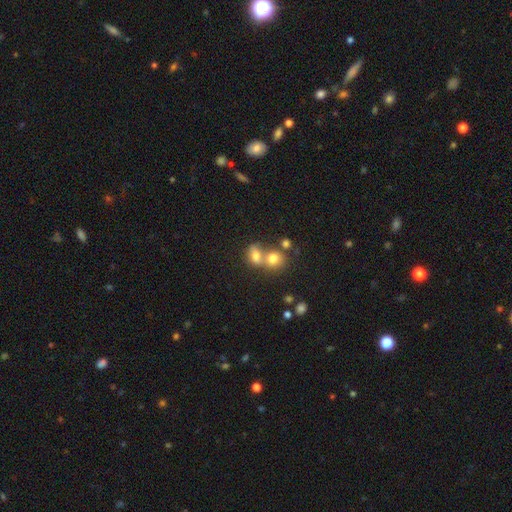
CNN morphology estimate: Q: Smooth or featured?
A: smooth (73%); runner-up: featured or disk (14%)
Q: How rounded?
A: in between (56%); runner-up: round (42%)
Q: Merging?
A: merger (60%); runner-up: none (28%)